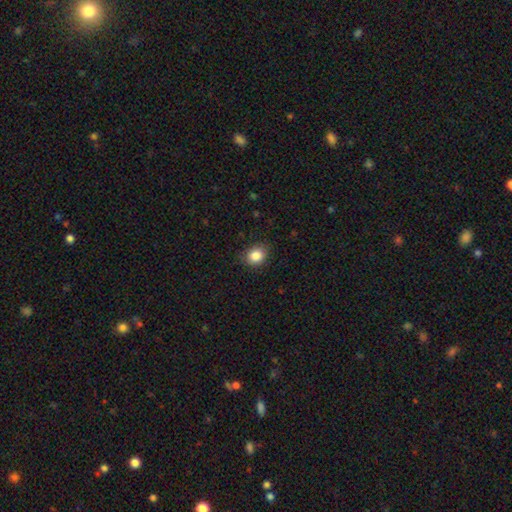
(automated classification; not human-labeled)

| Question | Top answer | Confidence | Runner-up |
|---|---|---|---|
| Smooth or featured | smooth | 86% | star or artifact (10%) |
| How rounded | round | 56% | in between (43%) |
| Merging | none | 82% | minor disturbance (14%) |